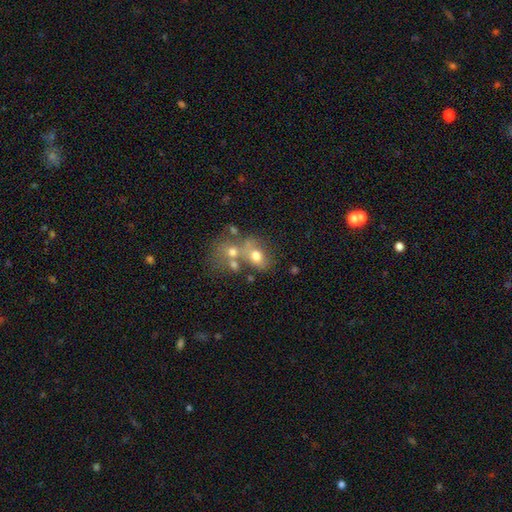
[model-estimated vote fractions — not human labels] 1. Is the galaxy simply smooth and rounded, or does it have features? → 64% smooth, 22% featured or disk, 14% star or artifact.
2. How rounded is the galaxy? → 59% in between, 39% round, 2% cigar-shaped.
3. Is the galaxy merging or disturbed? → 46% merger, 32% none, 12% minor disturbance, 10% major disturbance.